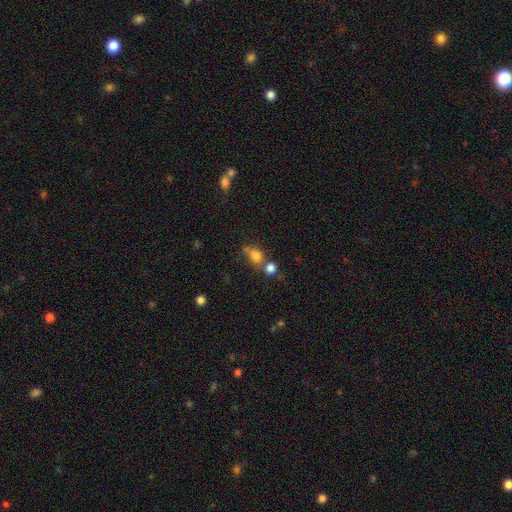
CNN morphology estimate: The model was most divided on "how rounded": round: 53%, in between: 46%, cigar-shaped: 2%. Remaining: smooth or featured — smooth (78%); merging — none (45%).